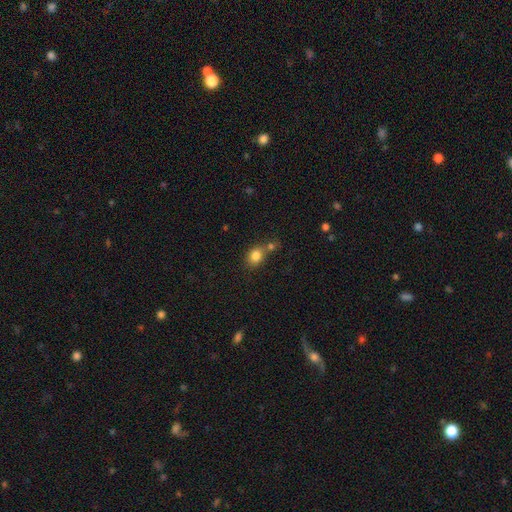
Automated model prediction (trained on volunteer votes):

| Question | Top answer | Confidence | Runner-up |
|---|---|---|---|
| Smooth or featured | smooth | 81% | star or artifact (11%) |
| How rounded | round | 52% | in between (46%) |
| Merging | none | 50% | merger (32%) |